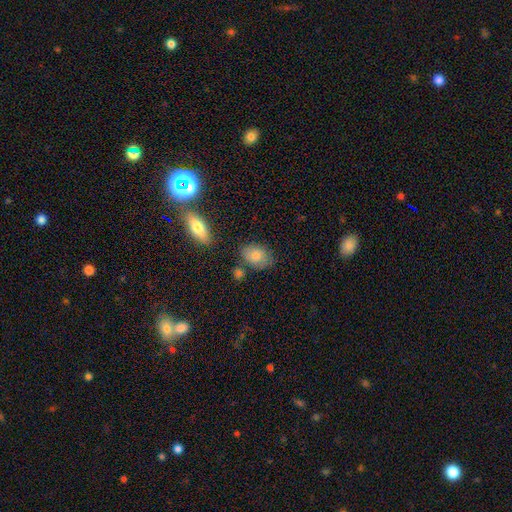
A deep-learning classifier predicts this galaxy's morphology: Smooth or featured?
  - smooth: 82% *
  - featured or disk: 10%
  - star or artifact: 8%
How rounded?
  - in between: 77% *
  - round: 21%
  - cigar-shaped: 2%
Merging?
  - none: 70% *
  - minor disturbance: 18%
  - merger: 7%
  - major disturbance: 5%